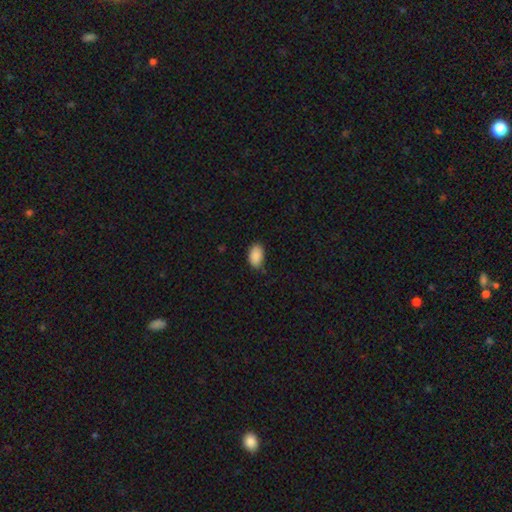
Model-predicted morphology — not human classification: This appears to be a smooth galaxy with no disk features (89%) that is in between round and cigar-shaped (92%). Merging: none (75%).